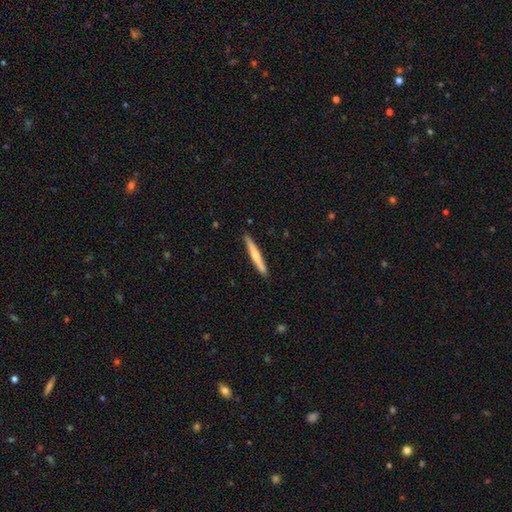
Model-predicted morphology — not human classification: smooth-or-featured: smooth: 53% | featured or disk: 42% | star or artifact: 5%
  how-rounded: cigar-shaped: 95% | in between: 3% | round: 1%
  merging: none: 90% | minor disturbance: 7% | major disturbance: 1% | merger: 1%